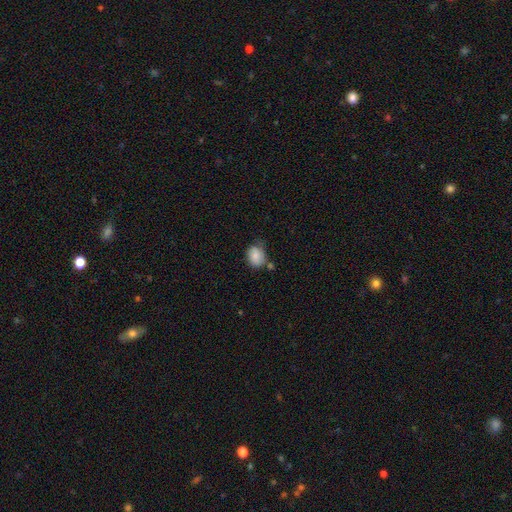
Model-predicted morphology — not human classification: Smooth or featured? Predicted: smooth (p=0.82). How rounded? Predicted: in between (p=0.59). Merging? Predicted: none (p=0.55).